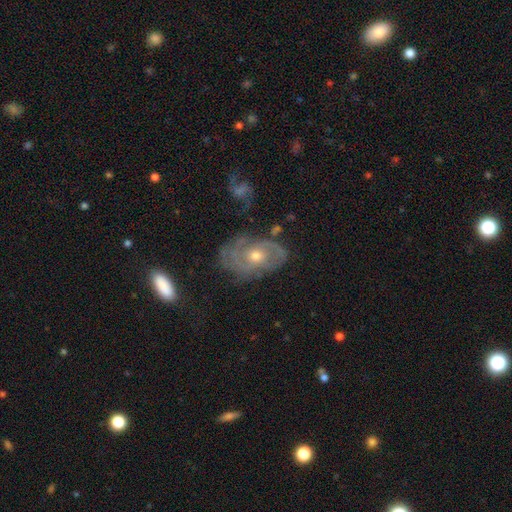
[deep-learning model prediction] Morphology: type=featured or disk (72%); edge-on=no (94%); bar=no (79%); spiral arms=yes (79%); winding=tight (61%); arm count=can't tell (45%); bulge=moderate (65%); merging=none (69%).